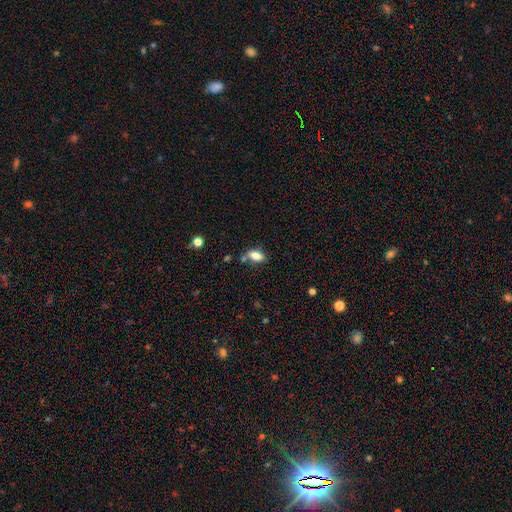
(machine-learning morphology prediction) Smooth or featured? smooth (78%)
How rounded? in between (87%)
Merging? none (67%)